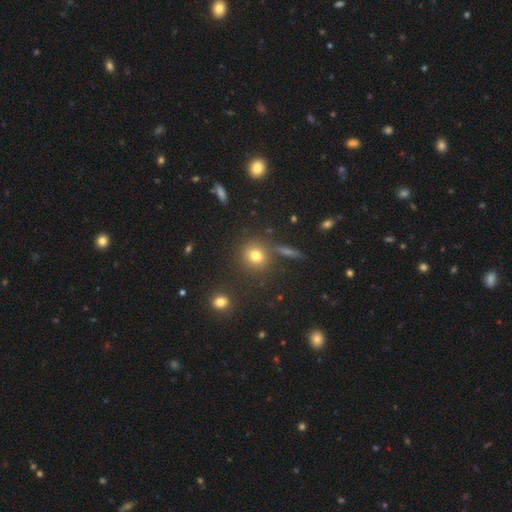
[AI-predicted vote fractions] Smooth or featured? Predicted: smooth (p=0.75). How rounded? Predicted: round (p=0.87). Merging? Predicted: none (p=0.81).